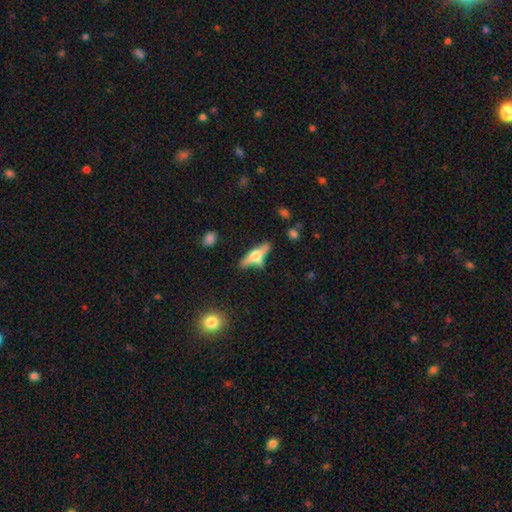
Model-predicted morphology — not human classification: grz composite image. It shows a featured or disk galaxy (56%) viewed edge-on (89%). Merging: none (62%).